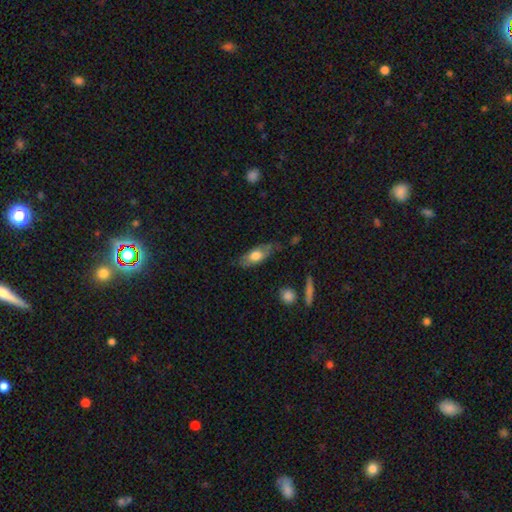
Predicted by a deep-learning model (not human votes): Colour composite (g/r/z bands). It shows a smooth galaxy with no disk features (64%) that is in between round and cigar-shaped (77%). Merging: none (68%).